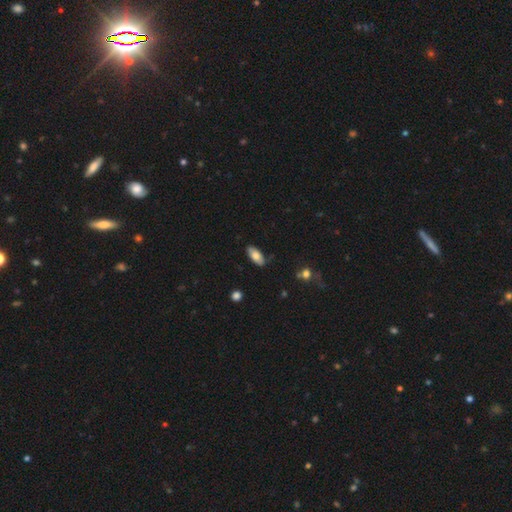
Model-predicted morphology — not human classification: smooth 76%, featured or disk 18%, star or artifact 6%. Down the decision tree: how rounded — in between (89%); merging — none (85%).